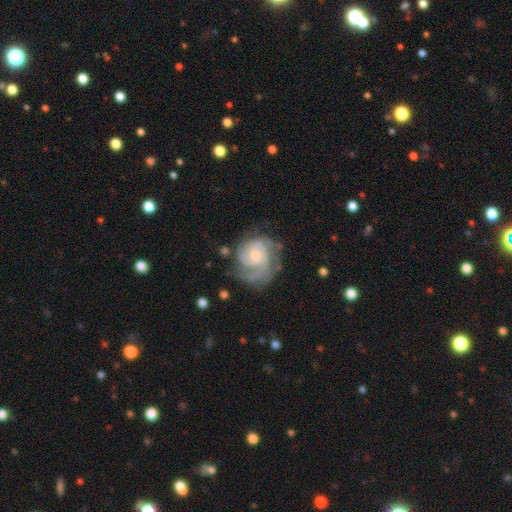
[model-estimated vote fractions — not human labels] Smooth or featured? Predicted: featured or disk (p=0.82). Edge-on disk? Predicted: no (p=0.98). Bar? Predicted: no (p=0.71). Spiral arms? Predicted: yes (p=0.94). Spiral winding? Predicted: tight (p=0.57). Spiral arm count? Predicted: 2 (p=0.31). Bulge size? Predicted: small (p=0.48). Merging? Predicted: none (p=0.56).